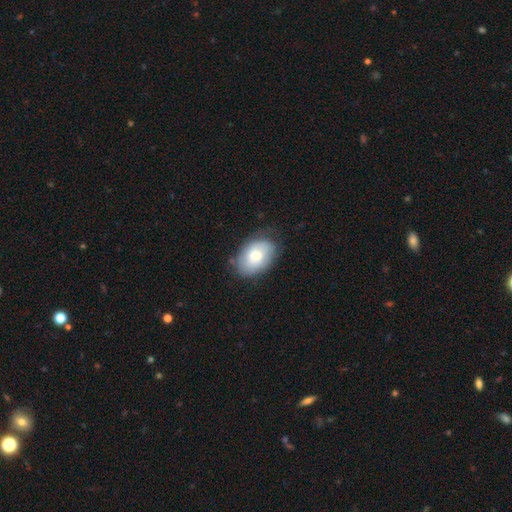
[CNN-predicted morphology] Q: Smooth or featured?
A: smooth (63%); runner-up: featured or disk (30%)
Q: How rounded?
A: in between (85%); runner-up: round (14%)
Q: Merging?
A: none (72%); runner-up: minor disturbance (21%)